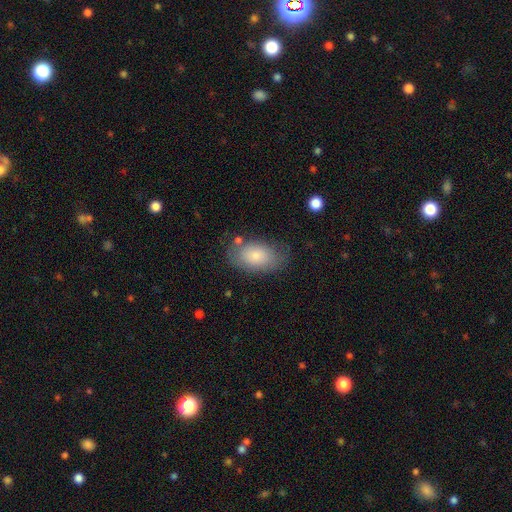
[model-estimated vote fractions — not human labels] A smooth galaxy with no disk features (78%) that is in between round and cigar-shaped (91%).

Vote fractions:
- Smooth or featured? smooth: 78% / featured or disk: 15% / star or artifact: 7%
- How rounded? in between: 91% / round: 8% / cigar-shaped: 1%
- Merging? none: 69% / minor disturbance: 20% / major disturbance: 7% / merger: 5%